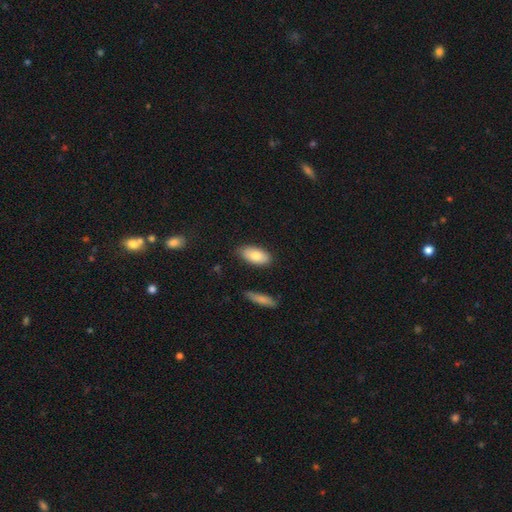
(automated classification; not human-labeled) Smooth or featured: smooth — 82% (featured or disk — 12%)
How rounded: in between — 91% (cigar-shaped — 7%)
Merging: none — 84% (minor disturbance — 11%)